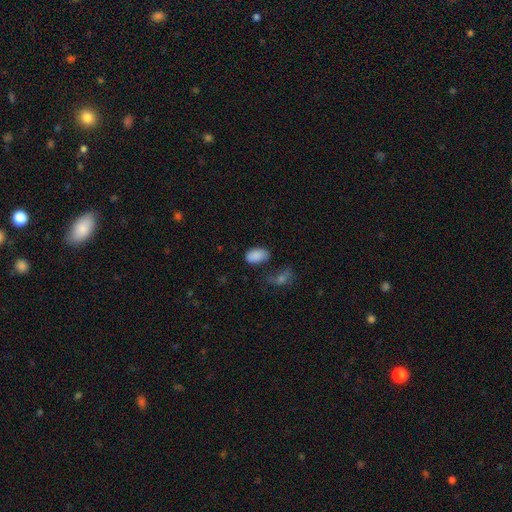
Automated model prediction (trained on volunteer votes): smooth 87%, star or artifact 9%, featured or disk 5%. Down the decision tree: how rounded — in between (92%); merging — none (67%).